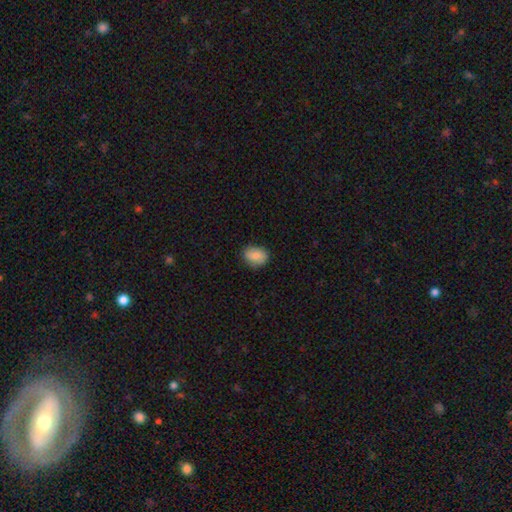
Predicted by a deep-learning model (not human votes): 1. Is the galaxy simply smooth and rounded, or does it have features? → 87% smooth, 7% star or artifact, 6% featured or disk.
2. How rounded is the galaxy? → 68% in between, 31% round, 1% cigar-shaped.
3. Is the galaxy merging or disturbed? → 82% none, 14% minor disturbance, 3% major disturbance, 1% merger.